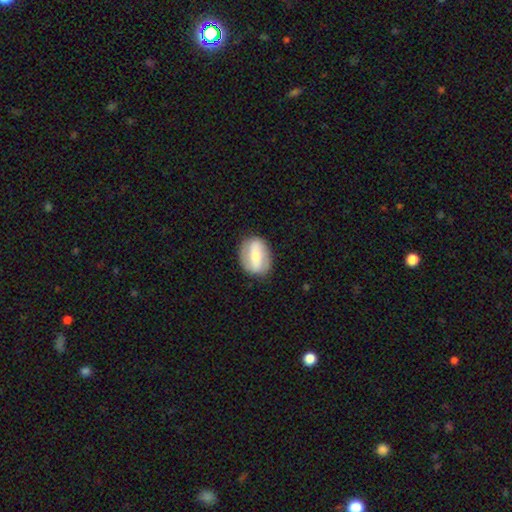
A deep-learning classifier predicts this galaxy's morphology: Smooth or featured: featured or disk — 49% (smooth — 45%)
Merging: none — 81% (minor disturbance — 13%)